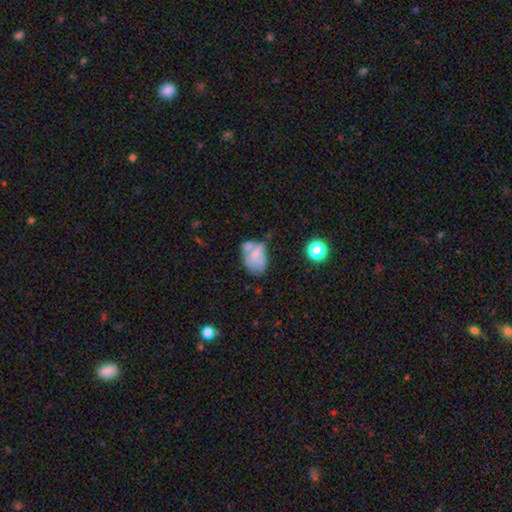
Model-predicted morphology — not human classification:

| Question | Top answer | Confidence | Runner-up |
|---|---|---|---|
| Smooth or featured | smooth | 53% | featured or disk (36%) |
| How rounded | in between | 82% | round (16%) |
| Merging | merger | 28% | none (25%) |